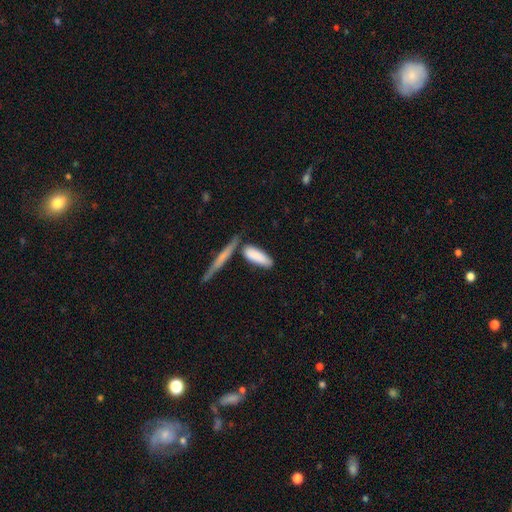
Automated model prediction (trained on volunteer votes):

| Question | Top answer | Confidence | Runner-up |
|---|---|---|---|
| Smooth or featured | smooth | 83% | featured or disk (11%) |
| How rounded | in between | 56% | cigar-shaped (42%) |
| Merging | none | 58% | merger (18%) |